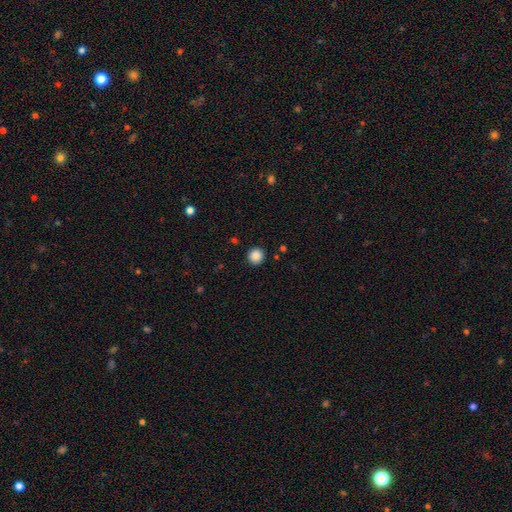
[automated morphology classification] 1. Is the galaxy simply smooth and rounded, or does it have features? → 88% smooth, 10% star or artifact, 3% featured or disk.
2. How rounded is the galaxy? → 93% round, 6% in between, 1% cigar-shaped.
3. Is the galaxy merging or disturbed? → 91% none, 5% minor disturbance, 2% major disturbance, 1% merger.